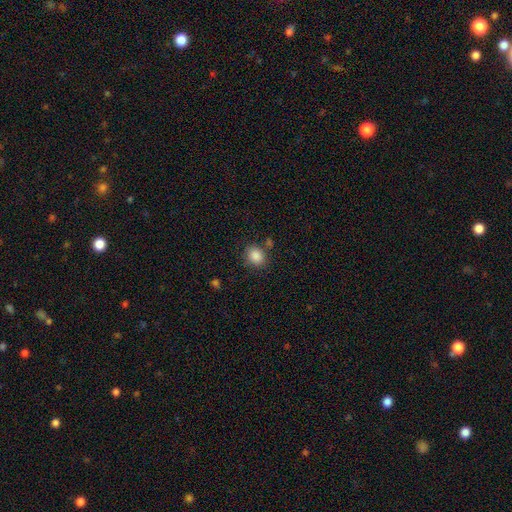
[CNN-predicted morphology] Overall: smooth (87%). How rounded: round (66%; in between 33%). Merging: none (78%).